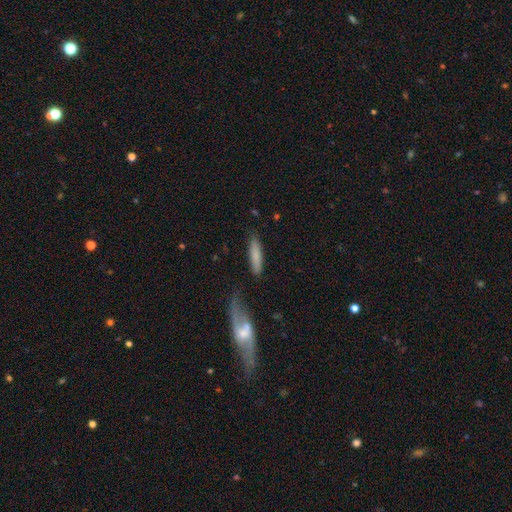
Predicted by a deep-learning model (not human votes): Overall: smooth (75%). How rounded: cigar-shaped (77%). Merging: none (70%).